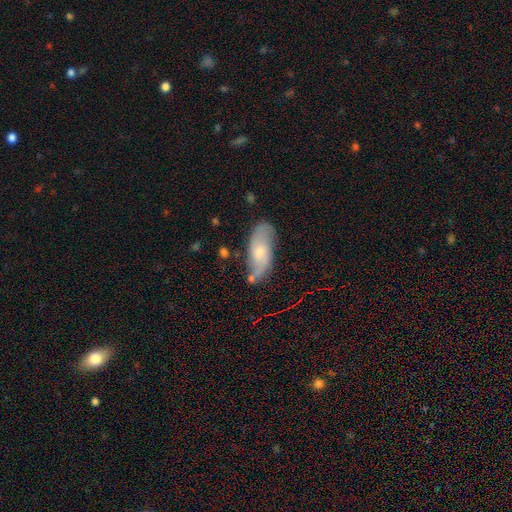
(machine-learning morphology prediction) The model was most divided on "bulge size": moderate: 55%, small: 34%, large: 6%, none: 3%, dominant: 2%. More confident: edge-on disk — no (87%); spiral arms — yes (85%); merging — none (78%); bar — no (69%); smooth or featured — featured or disk (59%).